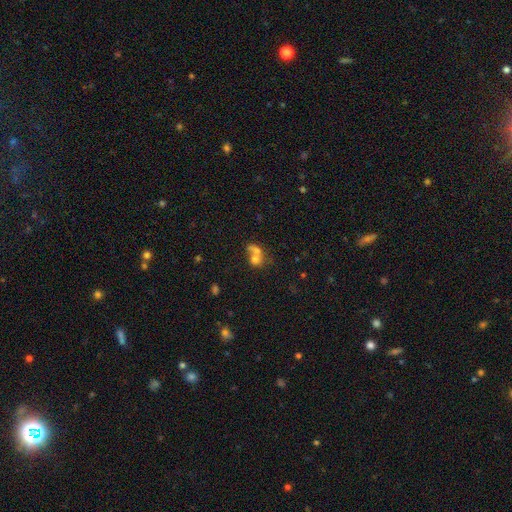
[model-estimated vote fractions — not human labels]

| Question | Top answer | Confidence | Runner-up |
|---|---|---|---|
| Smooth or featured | smooth | 64% | featured or disk (23%) |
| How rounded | round | 59% | in between (39%) |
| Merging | merger | 69% | none (19%) |